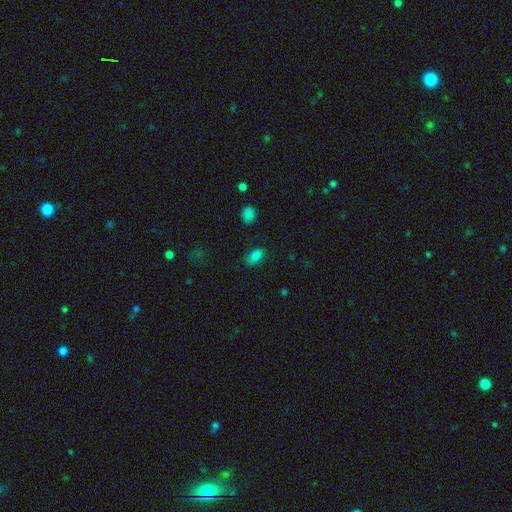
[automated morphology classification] Smooth or featured? smooth (82%)
How rounded? in between (91%)
Merging? none (77%)